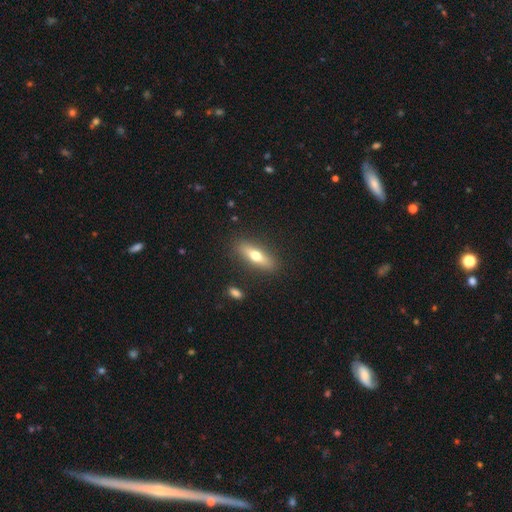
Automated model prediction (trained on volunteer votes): Smooth or featured? Predicted: smooth (p=0.56). How rounded? Predicted: cigar-shaped (p=0.61). Merging? Predicted: none (p=0.86).